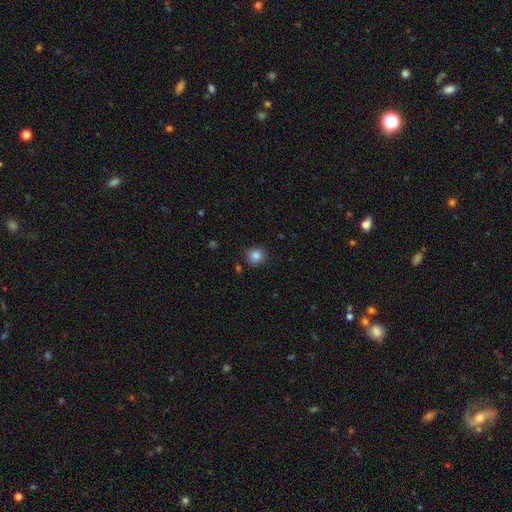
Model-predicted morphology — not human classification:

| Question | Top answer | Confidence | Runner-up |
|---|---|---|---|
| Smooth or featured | smooth | 85% | star or artifact (10%) |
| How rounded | round | 93% | in between (7%) |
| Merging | none | 89% | minor disturbance (7%) |